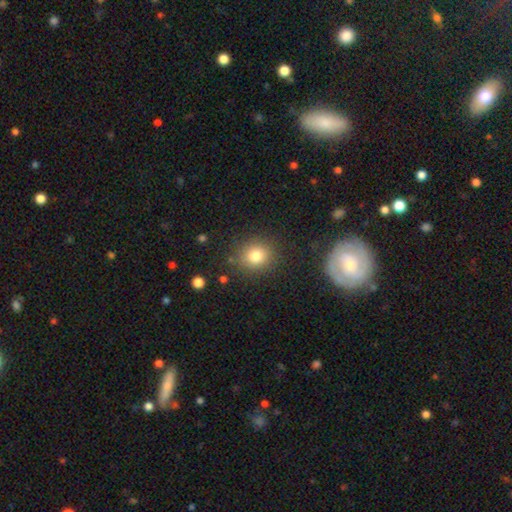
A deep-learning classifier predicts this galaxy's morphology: This appears to be a smooth galaxy with no disk features (80%) that is round (83%). Merging: none (86%).